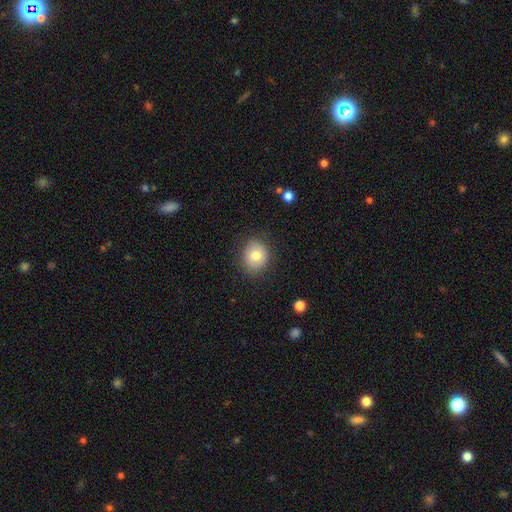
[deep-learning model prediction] Smooth or featured? Predicted: smooth (p=0.78). How rounded? Predicted: round (p=0.71). Merging? Predicted: none (p=0.84).